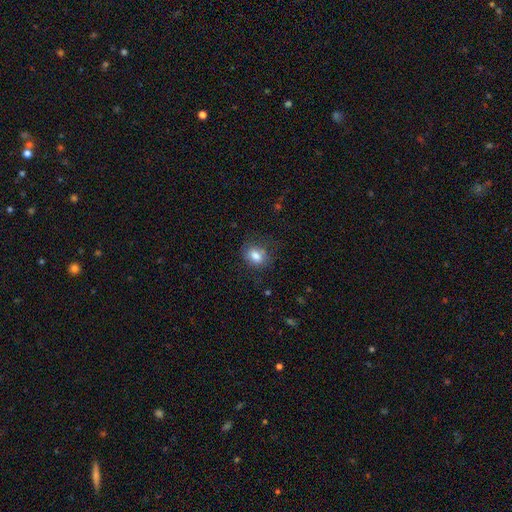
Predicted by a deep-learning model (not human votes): The model was most divided on "how rounded": in between: 58%, round: 40%, cigar-shaped: 1%. More confident: smooth or featured — smooth (81%); merging — none (69%).